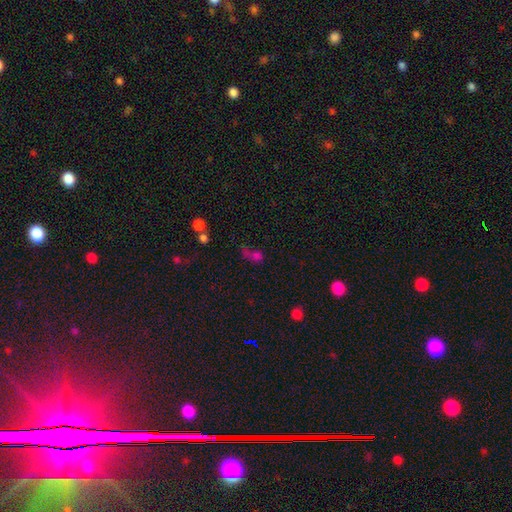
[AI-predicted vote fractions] smooth 58%, star or artifact 27%, featured or disk 15%. Down the decision tree: how rounded — in between (51%); merging — merger (32%).